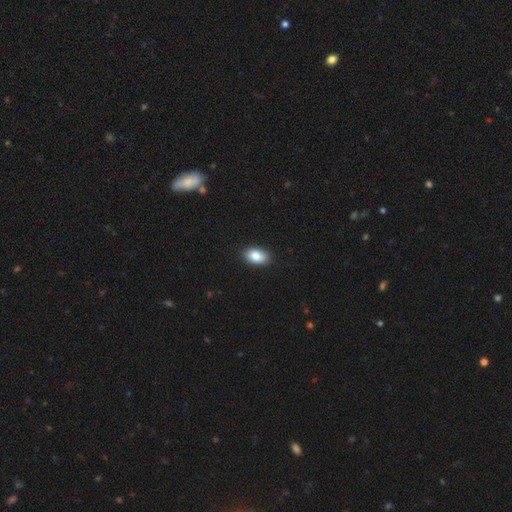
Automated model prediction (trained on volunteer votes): Smooth or featured? Predicted: smooth (p=0.85). How rounded? Predicted: in between (p=0.91). Merging? Predicted: none (p=0.90).